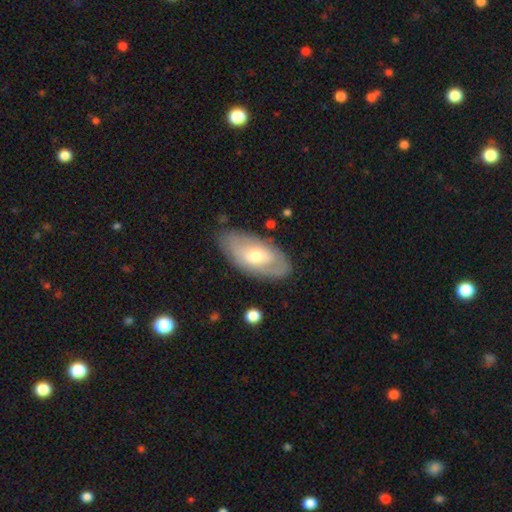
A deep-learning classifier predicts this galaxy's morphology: Smooth or featured: featured or disk — 53% (smooth — 41%)
Edge-on disk: no — 87% (yes — 13%)
Merging: none — 76% (minor disturbance — 17%)